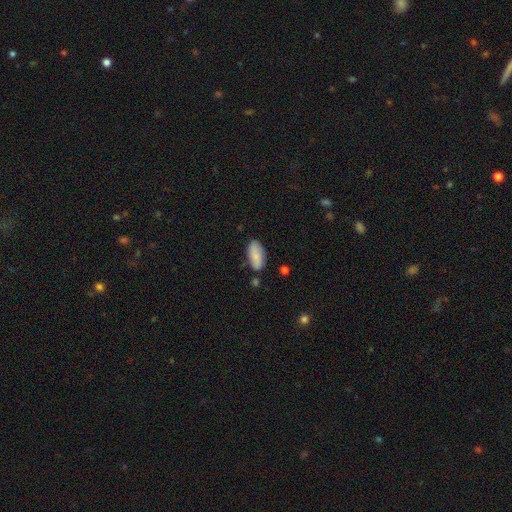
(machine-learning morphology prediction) A smooth galaxy with no disk features (84%) that is in between round and cigar-shaped (89%). Merging: none (74%).